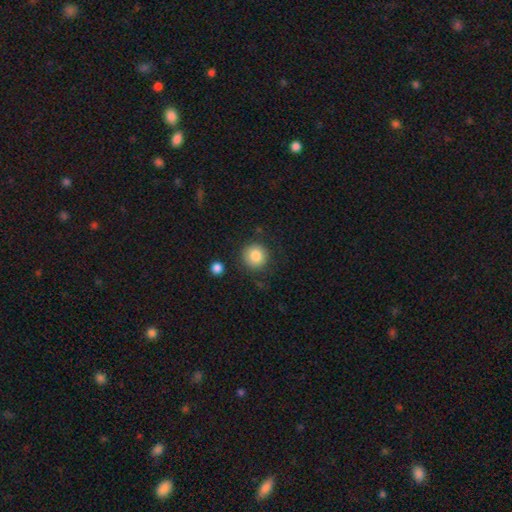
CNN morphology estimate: Smooth or featured? smooth (84%)
How rounded? round (93%)
Merging? none (84%)